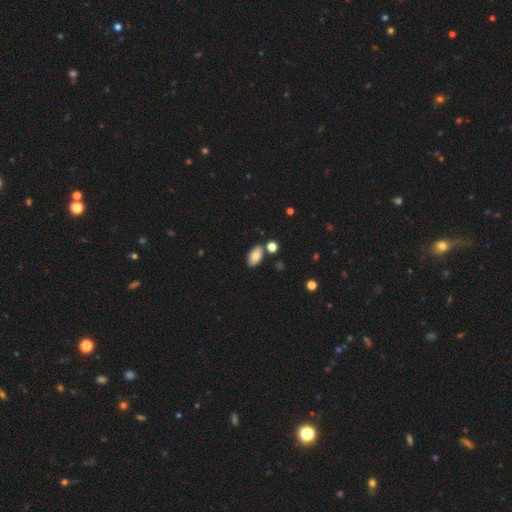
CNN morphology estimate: Smooth or featured? Predicted: smooth (p=0.80). How rounded? Predicted: in between (p=0.92). Merging? Predicted: none (p=0.78).